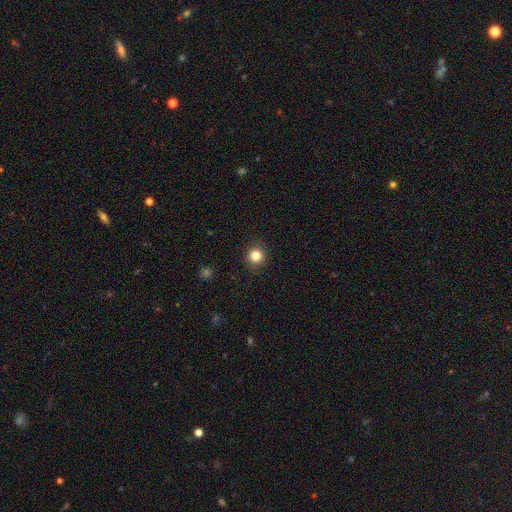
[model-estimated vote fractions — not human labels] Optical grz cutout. It shows a smooth galaxy with no disk features (84%) that is round (92%). Merging: none (91%).